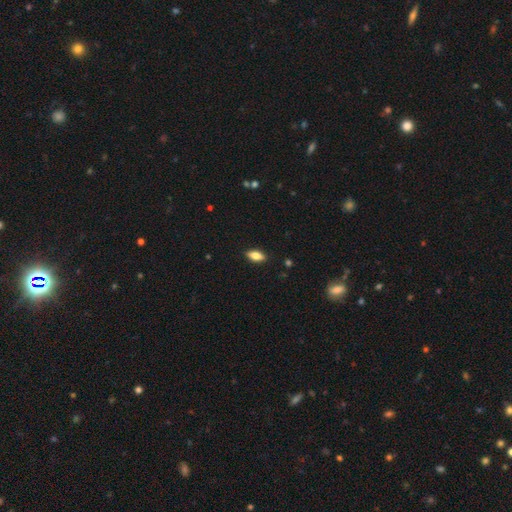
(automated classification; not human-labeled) smooth_or_featured: smooth (p=0.74) [alt: featured or disk p=0.18]
how_rounded: in between (p=0.83) [alt: cigar-shaped p=0.13]
merging: none (p=0.88) [alt: minor disturbance p=0.09]